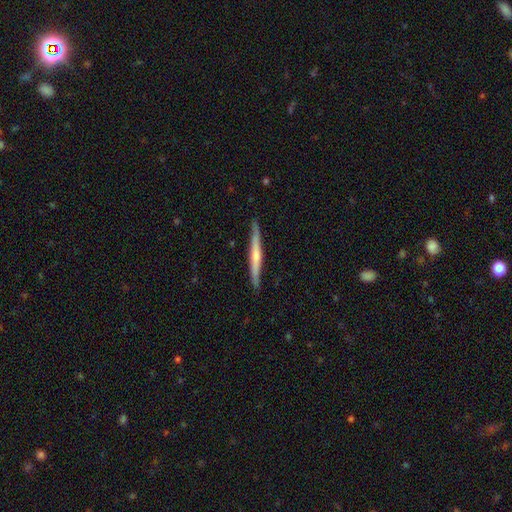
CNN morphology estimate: Smooth or featured? Predicted: featured or disk (p=0.57). Edge-on disk? Predicted: yes (p=0.97). Edge-on bulge? Predicted: rounded (p=0.53). Merging? Predicted: none (p=0.88).